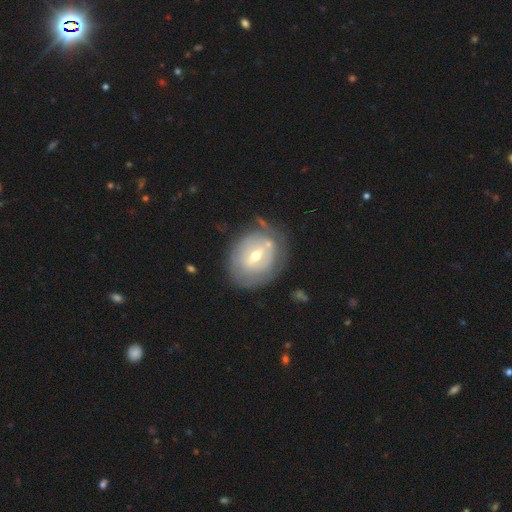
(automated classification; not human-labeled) smooth_or_featured: featured or disk (p=0.65) [alt: smooth p=0.29]
disk_edge_on: no (p=0.94) [alt: yes p=0.06]
bar: weak (p=0.49) [alt: no p=0.27]
has_spiral_arms: no (p=0.52) [alt: yes p=0.48]
bulge_size: moderate (p=0.65) [alt: small p=0.29]
merging: none (p=0.65) [alt: minor disturbance p=0.20]